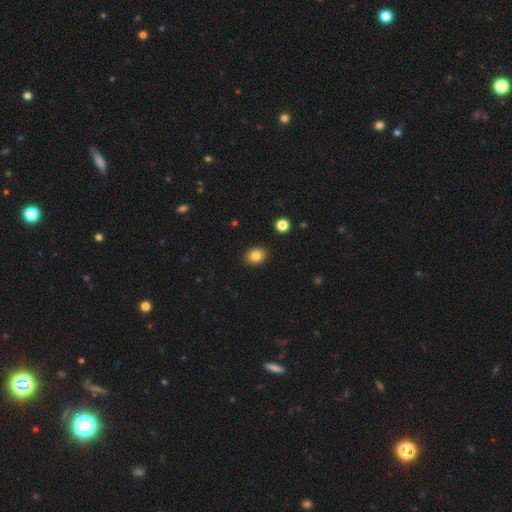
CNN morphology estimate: Overall: smooth (84%). How rounded: in between (56%; round 43%). Merging: none (89%).